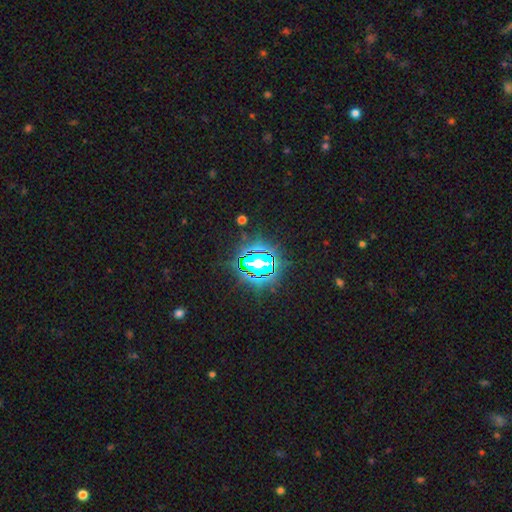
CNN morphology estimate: A star or artifact, not a galaxy (80%).

Vote fractions:
- Smooth or featured? star or artifact: 80% / smooth: 12% / featured or disk: 8%